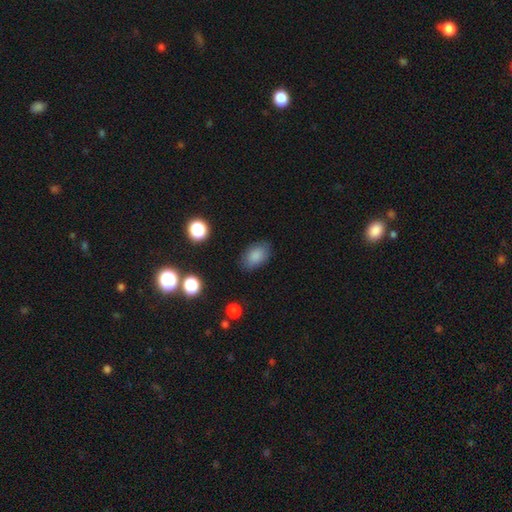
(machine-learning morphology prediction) type=smooth (85%); roundness=in between (88%); merging=none (82%).